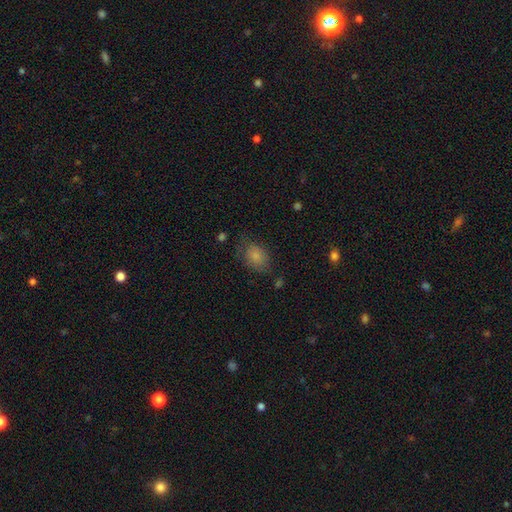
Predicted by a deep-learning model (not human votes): Morphology: type=smooth (80%); roundness=in between (70%); merging=none (62%).